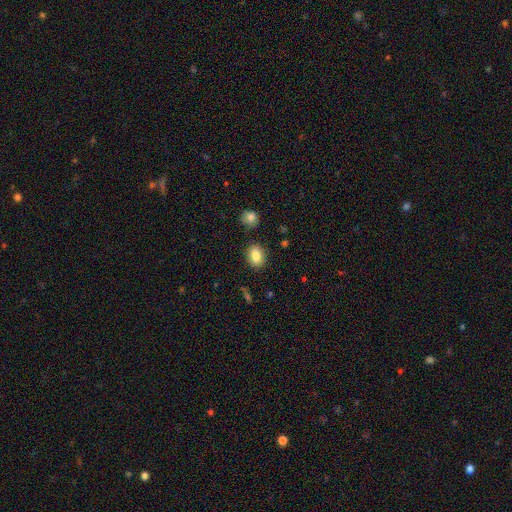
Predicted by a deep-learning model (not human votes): smooth 83%, star or artifact 9%, featured or disk 8%. Down the decision tree: how rounded — in between (63%); merging — none (86%).